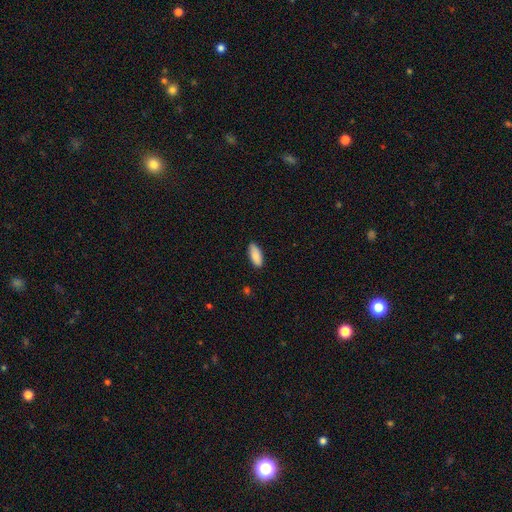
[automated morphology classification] Q: Smooth or featured?
A: smooth (88%); runner-up: featured or disk (6%)
Q: How rounded?
A: in between (84%); runner-up: cigar-shaped (14%)
Q: Merging?
A: none (87%); runner-up: minor disturbance (10%)